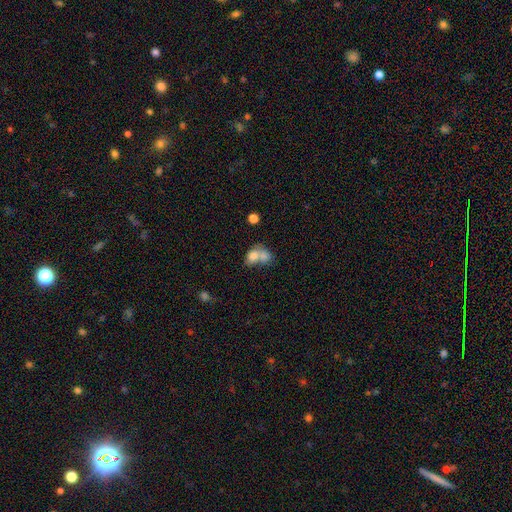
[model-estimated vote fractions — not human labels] A smooth galaxy with no disk features (74%) that is in between round and cigar-shaped (57%). Merging: merger (71%).